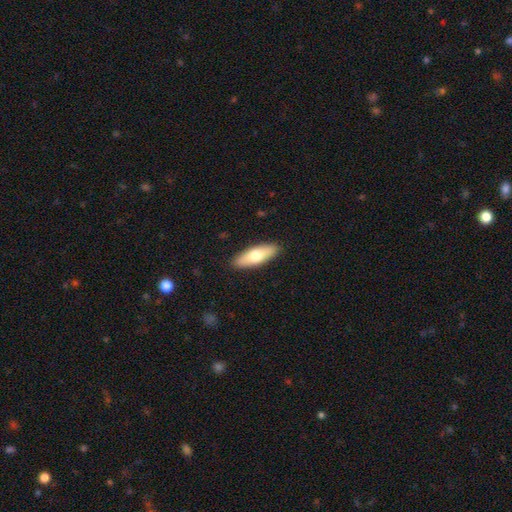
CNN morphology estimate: Smooth or featured? smooth (67%)
How rounded? in between (60%)
Merging? none (90%)